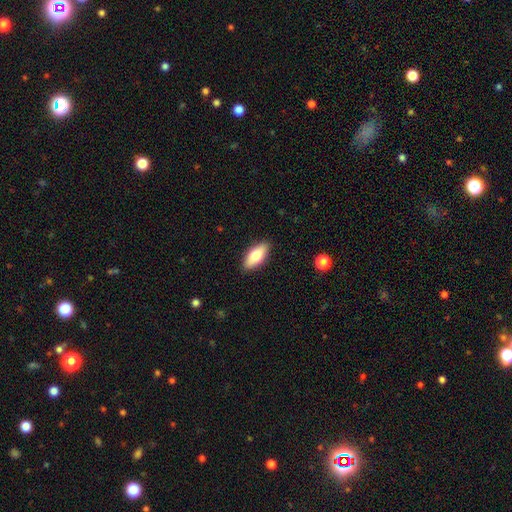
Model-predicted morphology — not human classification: Smooth or featured? Predicted: smooth (p=0.72). How rounded? Predicted: in between (p=0.81). Merging? Predicted: none (p=0.88).